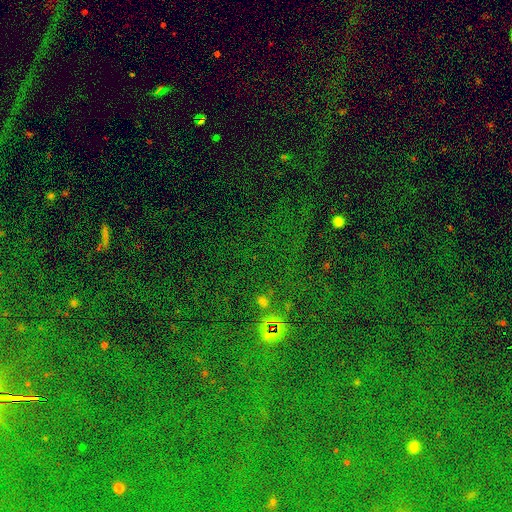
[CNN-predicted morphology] This is clearly a star or artifact rather than a galaxy (82%).